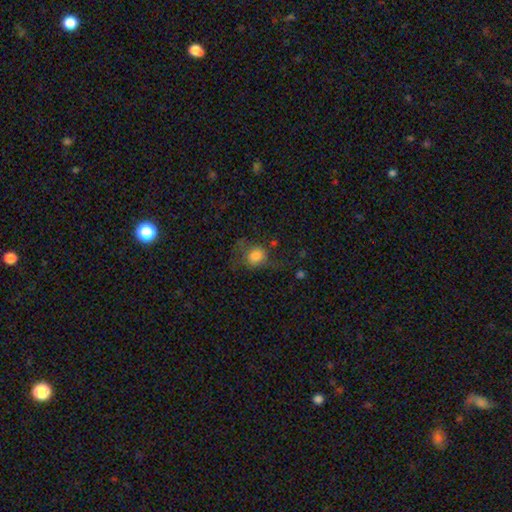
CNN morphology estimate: The model was most divided on "merging": none: 46%, major disturbance: 26%, minor disturbance: 25%, merger: 3%. More confident: smooth or featured — smooth (76%); how rounded — round (68%).